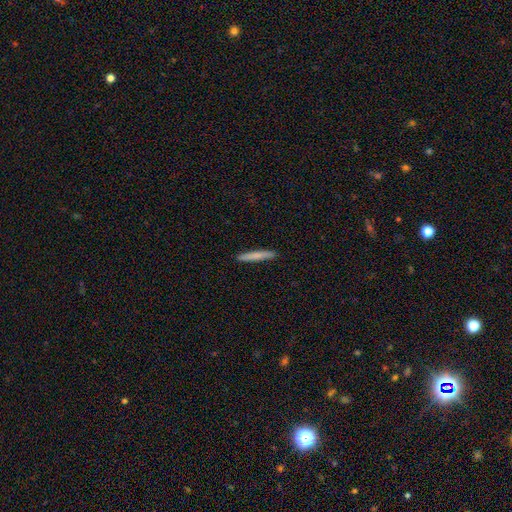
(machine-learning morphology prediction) Q: Smooth or featured?
A: smooth (76%); runner-up: featured or disk (19%)
Q: How rounded?
A: cigar-shaped (95%); runner-up: in between (3%)
Q: Merging?
A: none (92%); runner-up: minor disturbance (6%)